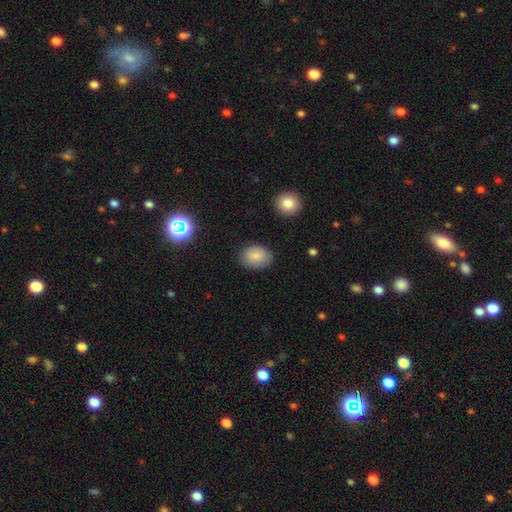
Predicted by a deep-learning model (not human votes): smooth 84%, star or artifact 8%, featured or disk 7%. Down the decision tree: how rounded — in between (68%); merging — none (82%).